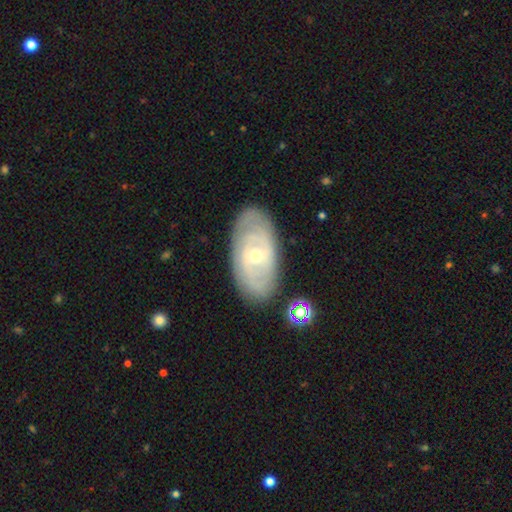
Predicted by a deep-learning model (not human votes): A featured or disk galaxy (76%) with no bar (63%), tight (70%) spiral arms (78%) and a small central bulge (53%).

Vote fractions:
- Smooth or featured? featured or disk: 76% / smooth: 19% / star or artifact: 6%
- Edge-on disk? no: 93% / yes: 7%
- Bar? no: 63% / weak: 29% / strong: 7%
- Spiral arms? yes: 78% / no: 22%
- Spiral winding? tight: 70% / medium: 23% / loose: 7%
- Spiral arm count? can't tell: 47% / 2: 33% / 3: 9% / 4: 4% / 1: 4% / more than 4: 3%
- Bulge size? small: 53% / moderate: 44% / large: 1% / none: 1% / dominant: 1%
- Merging? none: 82% / minor disturbance: 13% / major disturbance: 3% / merger: 2%